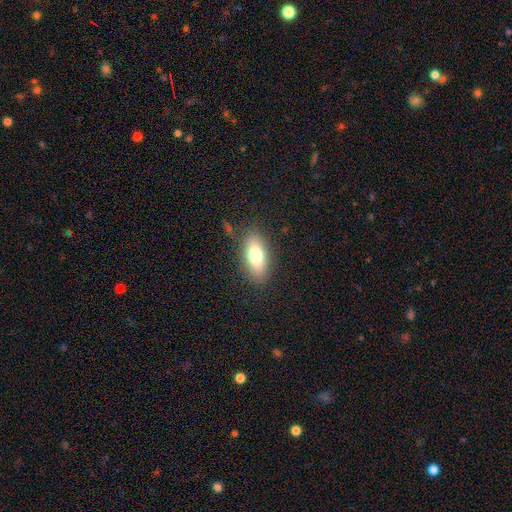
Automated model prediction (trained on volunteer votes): This appears to be a smooth galaxy with no disk features (75%) that is in between round and cigar-shaped (82%). Merging: none (83%).